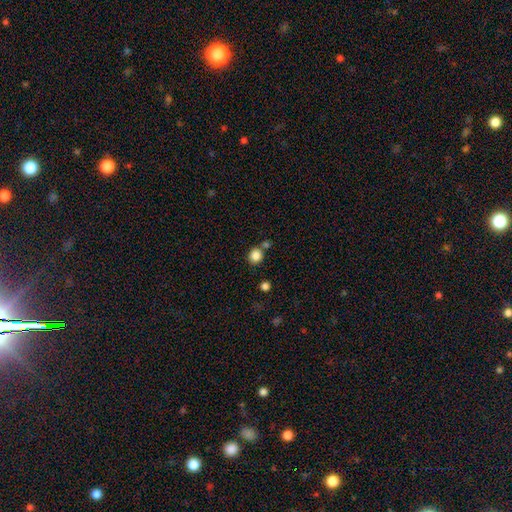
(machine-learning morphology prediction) smooth-or-featured: smooth: 85% | star or artifact: 11% | featured or disk: 4%
  how-rounded: round: 84% | in between: 15% | cigar-shaped: 1%
  merging: none: 71% | merger: 16% | minor disturbance: 10% | major disturbance: 3%